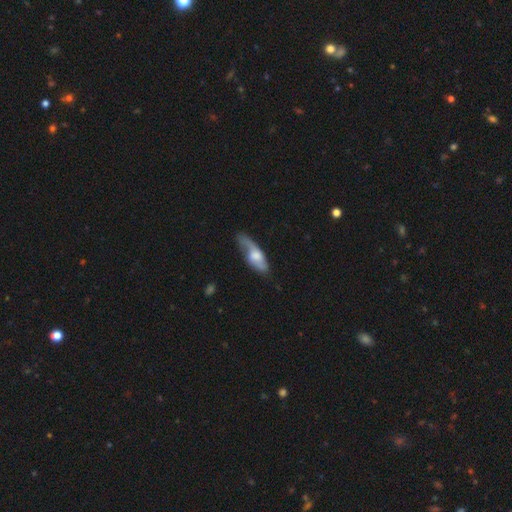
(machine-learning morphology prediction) This appears to be a featured or disk galaxy (49%). Merging: none (45%).